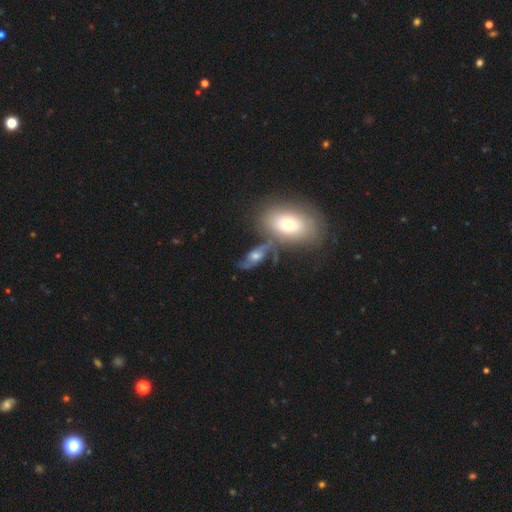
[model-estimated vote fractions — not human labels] Smooth or featured? featured or disk (67%)
Edge-on disk? no (90%)
Bar? no (58%)
Spiral arms? yes (84%)
Spiral winding? loose (52%)
Spiral arm count? 2 (87%)
Bulge size? moderate (55%)
Merging? none (51%)